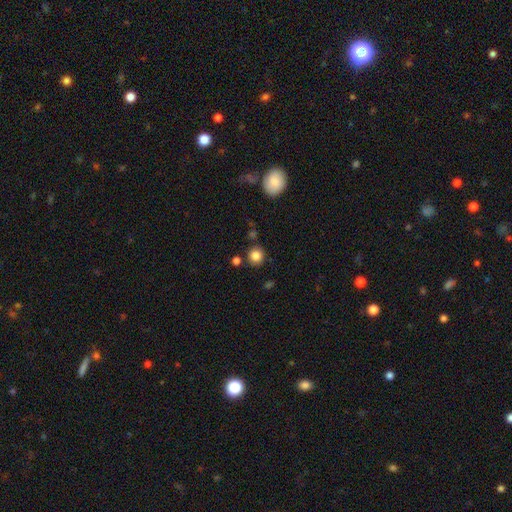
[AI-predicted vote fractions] Overall: smooth (84%). How rounded: round (91%). Merging: none (84%).